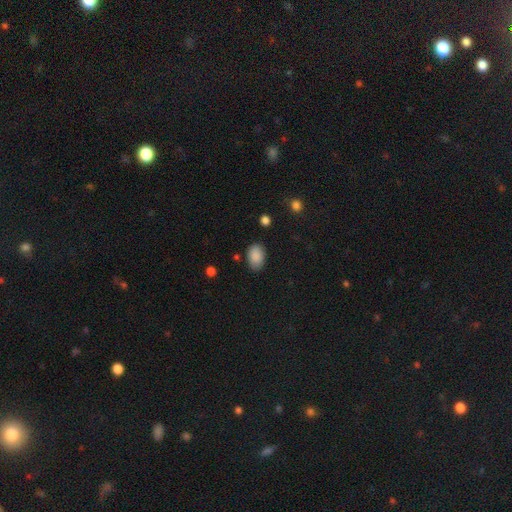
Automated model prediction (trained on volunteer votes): smooth_or_featured: smooth (p=0.88) [alt: star or artifact p=0.07]
how_rounded: in between (p=0.89) [alt: round p=0.10]
merging: none (p=0.81) [alt: minor disturbance p=0.14]